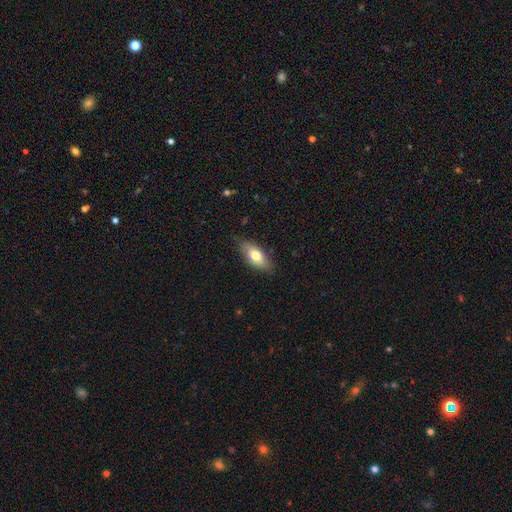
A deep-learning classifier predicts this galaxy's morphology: Smooth or featured?
  - smooth: 73% *
  - featured or disk: 21%
  - star or artifact: 6%
How rounded?
  - in between: 85% *
  - cigar-shaped: 11%
  - round: 3%
Merging?
  - none: 79% *
  - minor disturbance: 17%
  - major disturbance: 3%
  - merger: 1%